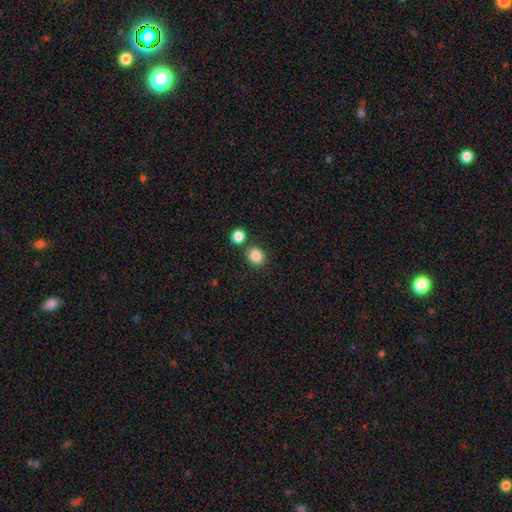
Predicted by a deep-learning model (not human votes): Smooth or featured? Predicted: smooth (p=0.85). How rounded? Predicted: round (p=0.76). Merging? Predicted: none (p=0.77).